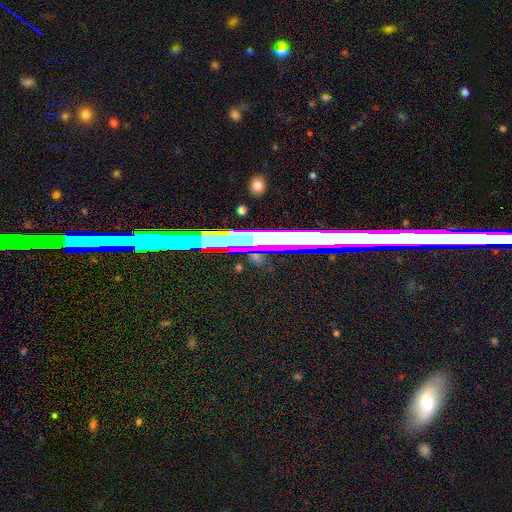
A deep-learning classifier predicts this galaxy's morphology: Q: Smooth or featured?
A: star or artifact (41%); runner-up: featured or disk (33%)